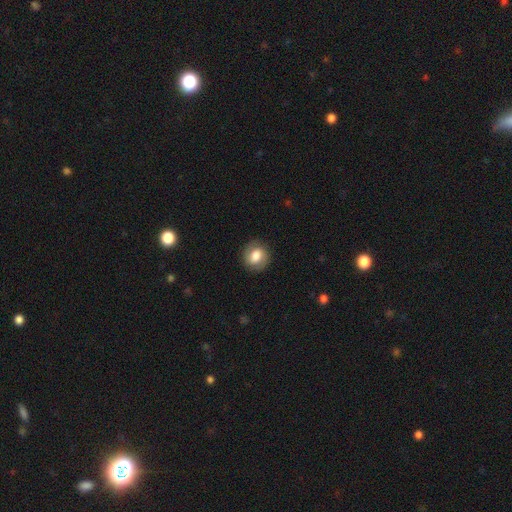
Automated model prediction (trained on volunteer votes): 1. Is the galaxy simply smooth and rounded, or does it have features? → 66% smooth, 26% featured or disk, 8% star or artifact.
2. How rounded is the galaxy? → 74% round, 25% in between, 1% cigar-shaped.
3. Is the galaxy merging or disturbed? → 85% none, 10% minor disturbance, 4% major disturbance, 1% merger.